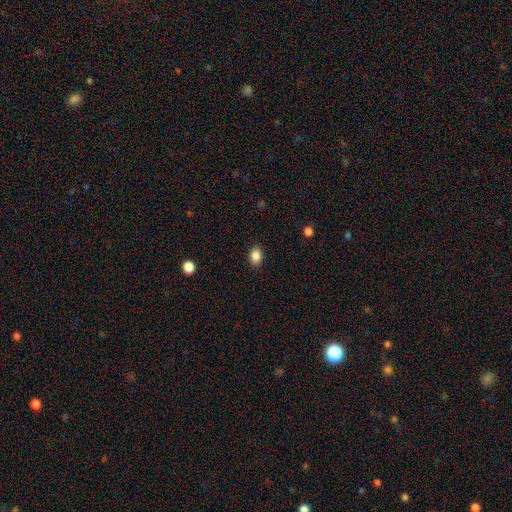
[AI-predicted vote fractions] Smooth or featured? smooth (87%)
How rounded? in between (79%)
Merging? none (89%)